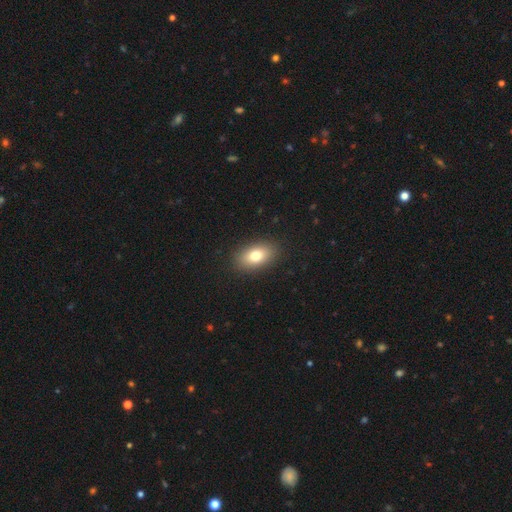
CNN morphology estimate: Q: Smooth or featured?
A: smooth (78%); runner-up: featured or disk (13%)
Q: How rounded?
A: in between (88%); runner-up: round (9%)
Q: Merging?
A: none (89%); runner-up: minor disturbance (8%)